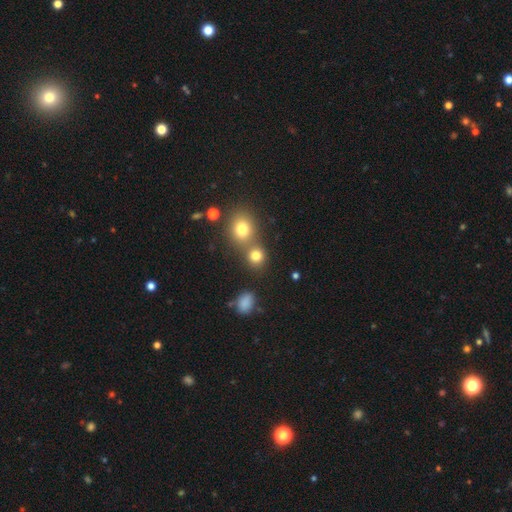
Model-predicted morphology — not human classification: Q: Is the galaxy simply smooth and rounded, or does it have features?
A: smooth — 78%.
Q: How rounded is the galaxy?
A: round — 82%.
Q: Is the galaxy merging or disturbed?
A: none — 56%.